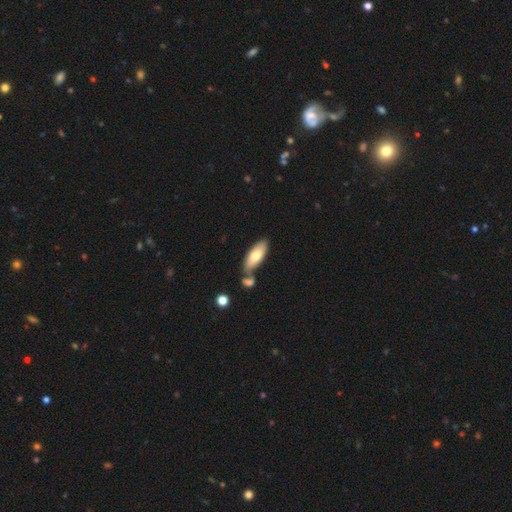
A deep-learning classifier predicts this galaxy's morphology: Q: Smooth or featured?
A: smooth (71%); runner-up: featured or disk (23%)
Q: How rounded?
A: in between (80%); runner-up: cigar-shaped (18%)
Q: Merging?
A: none (59%); runner-up: merger (24%)